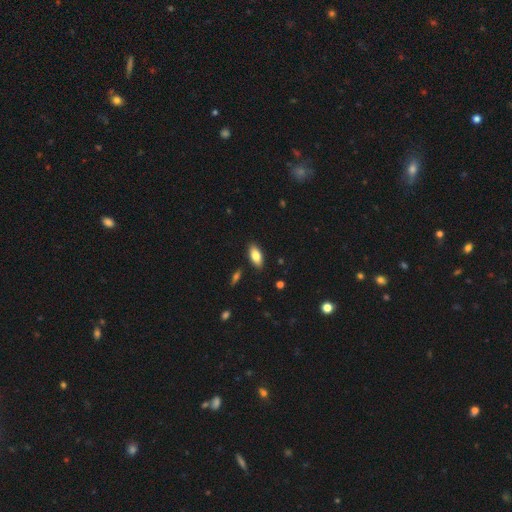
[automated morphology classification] type=smooth (80%); roundness=in between (88%); merging=none (87%).